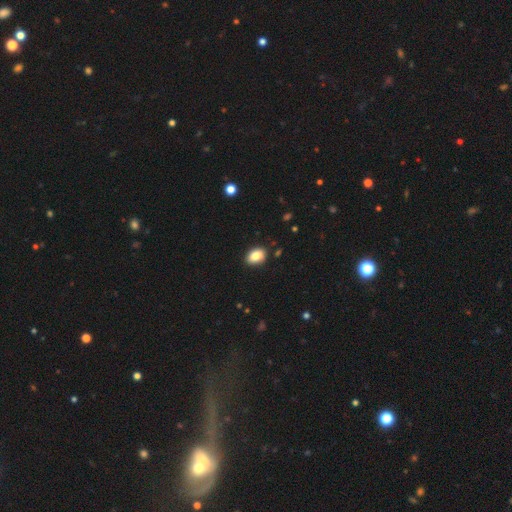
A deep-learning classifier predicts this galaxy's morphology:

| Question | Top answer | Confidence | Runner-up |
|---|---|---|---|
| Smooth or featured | smooth | 85% | star or artifact (8%) |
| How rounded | in between | 83% | round (15%) |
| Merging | none | 87% | minor disturbance (9%) |